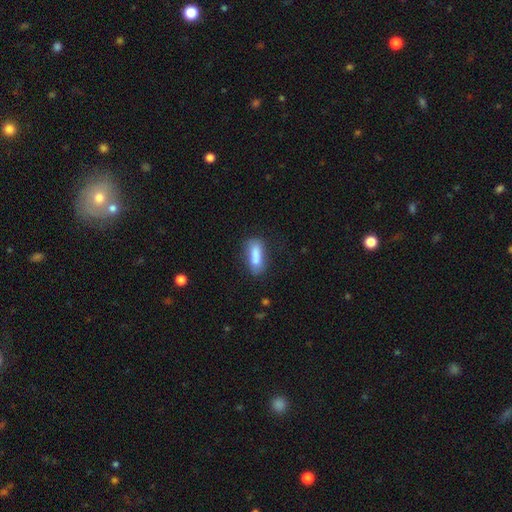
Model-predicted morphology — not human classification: Smooth or featured? smooth (77%)
How rounded? in between (68%)
Merging? none (54%)